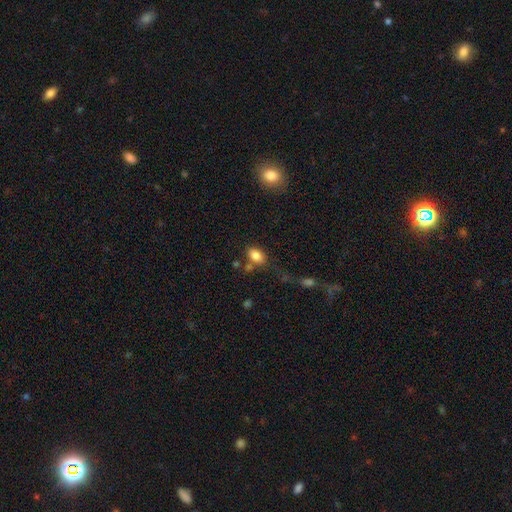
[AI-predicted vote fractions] A smooth galaxy with no disk features (84%) that is in between round and cigar-shaped (86%). Merging: none (64%).